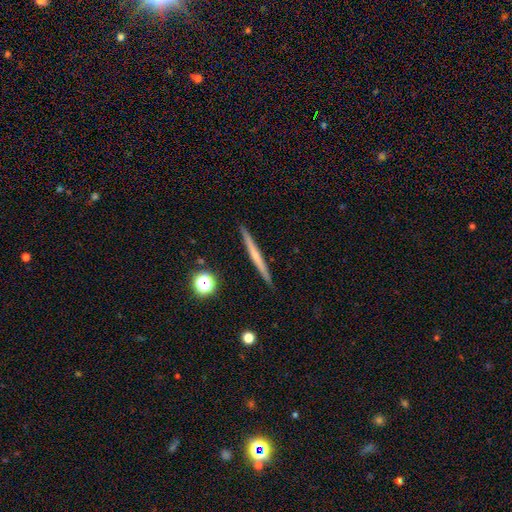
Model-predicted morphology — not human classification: Smooth or featured?
  - featured or disk: 51% *
  - smooth: 42%
  - star or artifact: 8%
Edge-on disk?
  - yes: 97% *
  - no: 3%
Merging?
  - none: 91% *
  - minor disturbance: 6%
  - major disturbance: 1%
  - merger: 1%